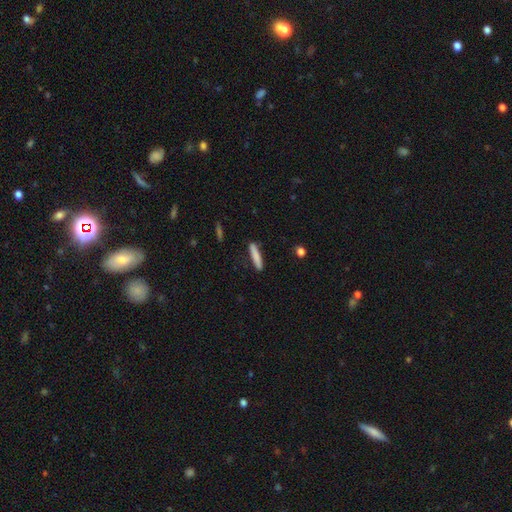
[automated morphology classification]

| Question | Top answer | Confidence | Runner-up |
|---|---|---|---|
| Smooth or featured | smooth | 81% | featured or disk (13%) |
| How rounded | cigar-shaped | 92% | in between (7%) |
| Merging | none | 88% | minor disturbance (9%) |